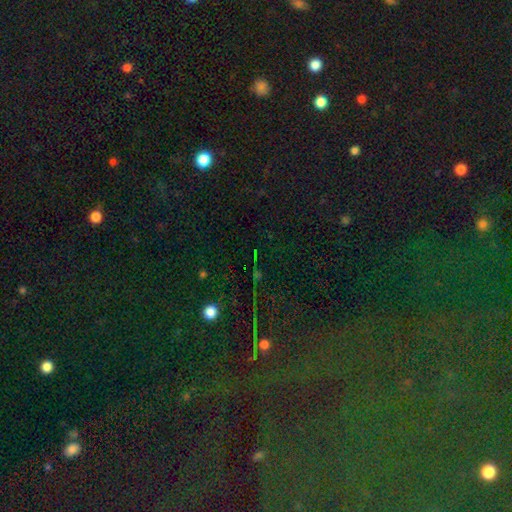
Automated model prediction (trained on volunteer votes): Smooth or featured? Predicted: star or artifact (p=0.78).